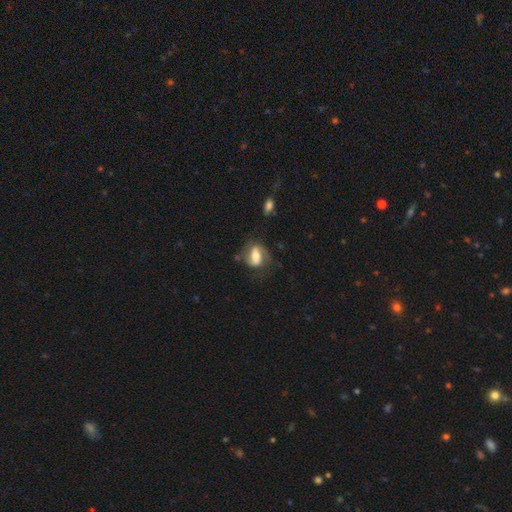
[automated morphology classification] smooth_or_featured: featured or disk (p=0.52) [alt: smooth p=0.40]
disk_edge_on: no (p=0.92) [alt: yes p=0.08]
merging: none (p=0.60) [alt: minor disturbance p=0.22]